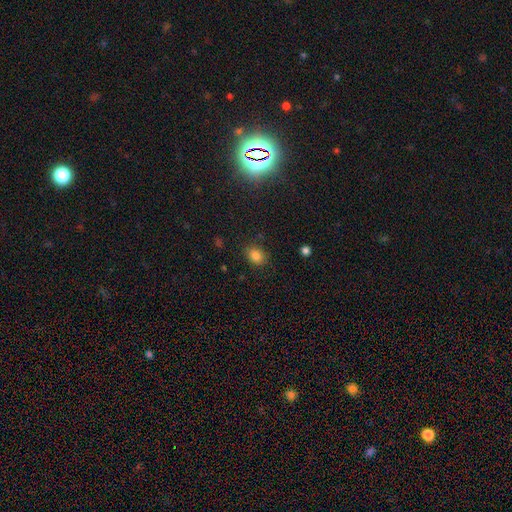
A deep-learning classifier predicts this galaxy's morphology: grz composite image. It shows a smooth galaxy with no disk features (83%) that is in between round and cigar-shaped (58%). Merging: none (82%).